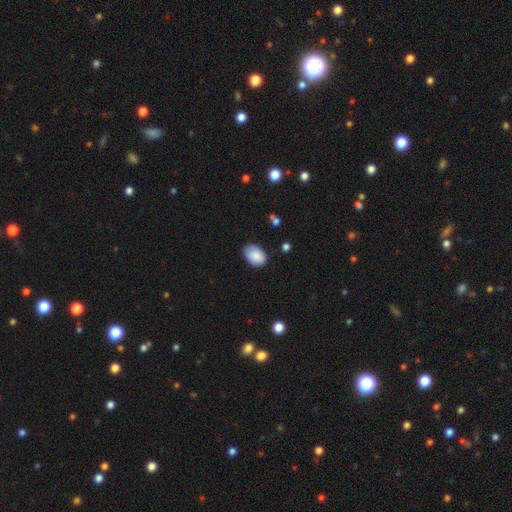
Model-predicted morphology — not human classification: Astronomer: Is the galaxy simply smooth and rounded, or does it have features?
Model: smooth — 86%.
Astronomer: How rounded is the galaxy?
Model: in between — 86%.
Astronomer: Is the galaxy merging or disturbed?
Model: none — 74%.